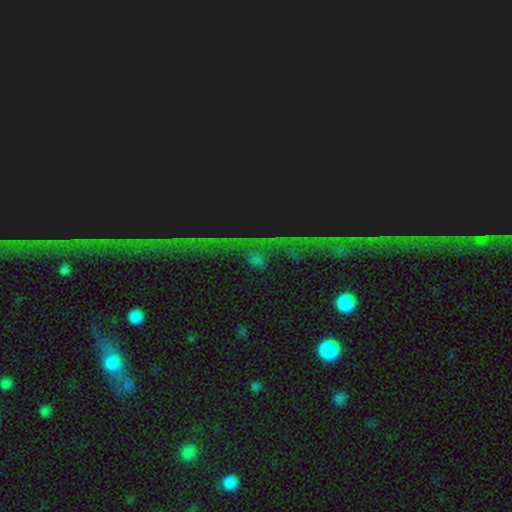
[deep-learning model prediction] Smooth or featured?
  - star or artifact: 72% *
  - smooth: 15%
  - featured or disk: 12%